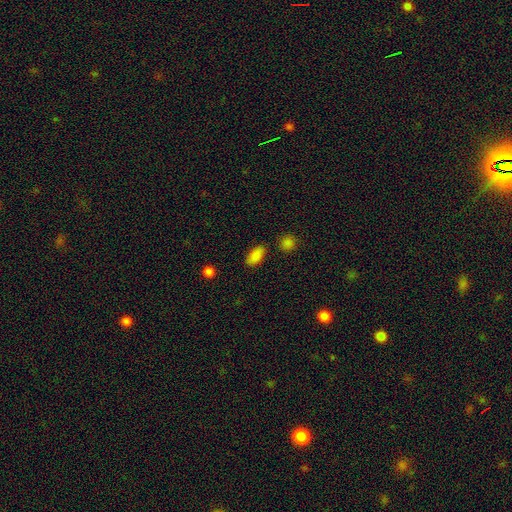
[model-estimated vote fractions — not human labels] Smooth or featured: smooth — 86% (star or artifact — 10%)
How rounded: in between — 91% (cigar-shaped — 5%)
Merging: none — 82% (minor disturbance — 12%)